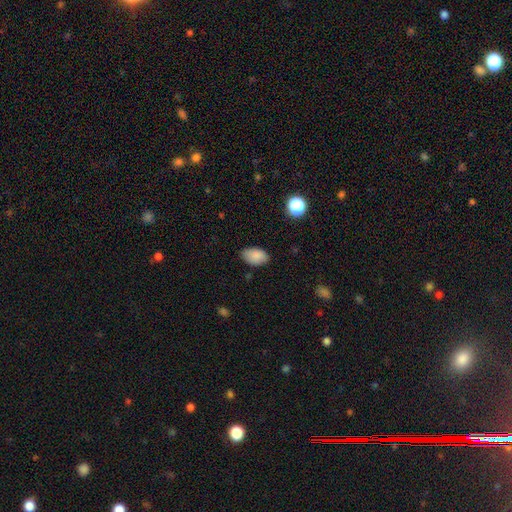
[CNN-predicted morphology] Overall: smooth (86%). How rounded: in between (91%). Merging: none (79%).